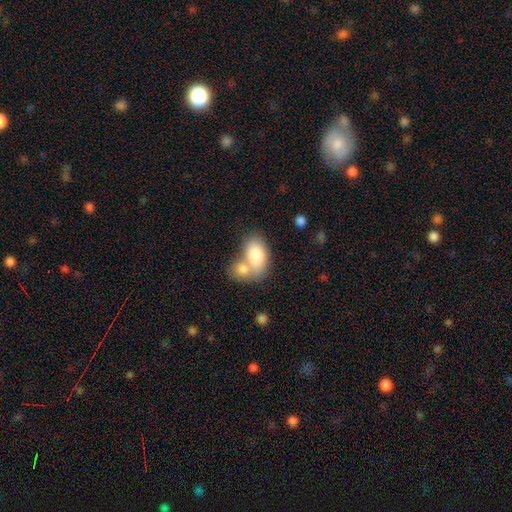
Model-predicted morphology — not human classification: This is likely a smooth galaxy (80%). How rounded: clearly in between (90%). Merging: possibly merger (56%).